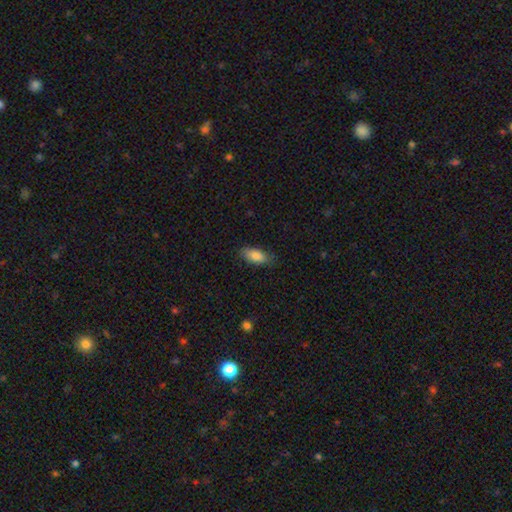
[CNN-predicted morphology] Smooth or featured? smooth (86%)
How rounded? in between (85%)
Merging? none (79%)